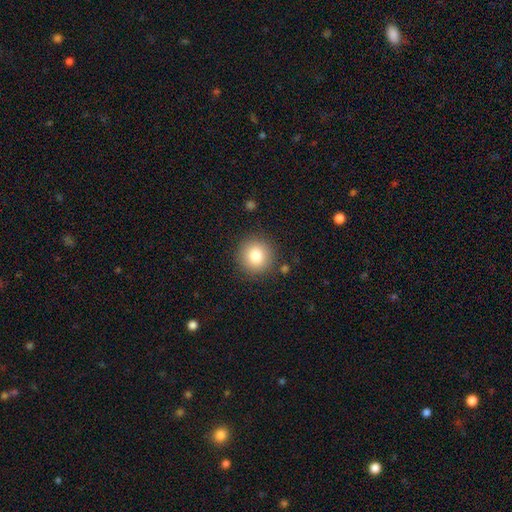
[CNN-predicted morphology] type=smooth (82%); roundness=round (94%); merging=none (88%).